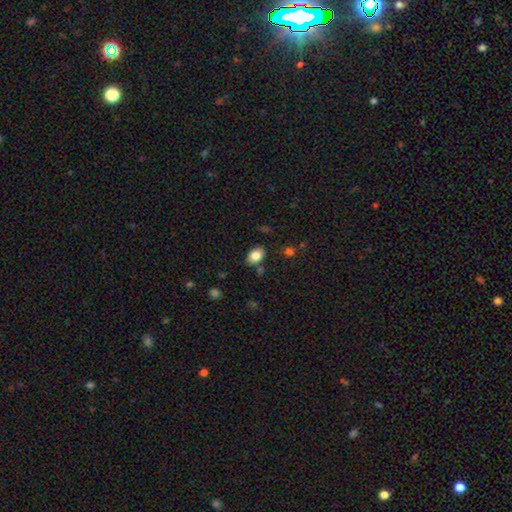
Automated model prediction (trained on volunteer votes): Smooth or featured?
  - smooth: 83% *
  - featured or disk: 8%
  - star or artifact: 8%
How rounded?
  - in between: 83% *
  - round: 16%
  - cigar-shaped: 1%
Merging?
  - none: 82% *
  - minor disturbance: 11%
  - merger: 4%
  - major disturbance: 3%